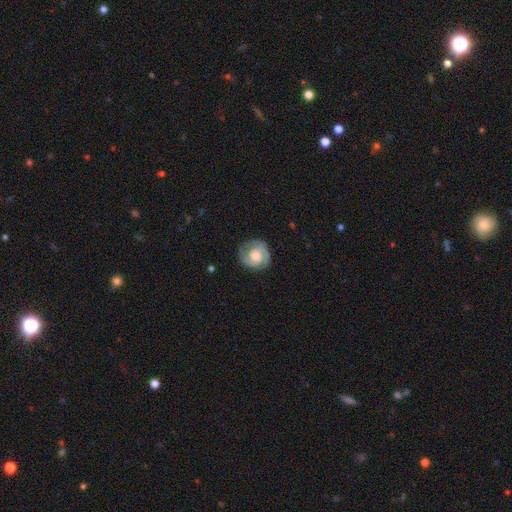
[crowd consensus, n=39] smooth_or_featured: featured or disk (p=0.62) [alt: smooth p=0.36]
disk_edge_on: no (p=1.00)
bar: no (p=0.71) [alt: weak p=0.21]
has_spiral_arms: yes (p=0.88) [alt: no p=0.12]
spiral_winding: tight (p=0.57) [alt: medium p=0.24]
spiral_arm_count: 2 (p=0.48) [alt: can't tell p=0.24]
bulge_size: large (p=0.46) [tied with: moderate p=0.46]
merging: none (p=0.63) [alt: minor disturbance p=0.26]